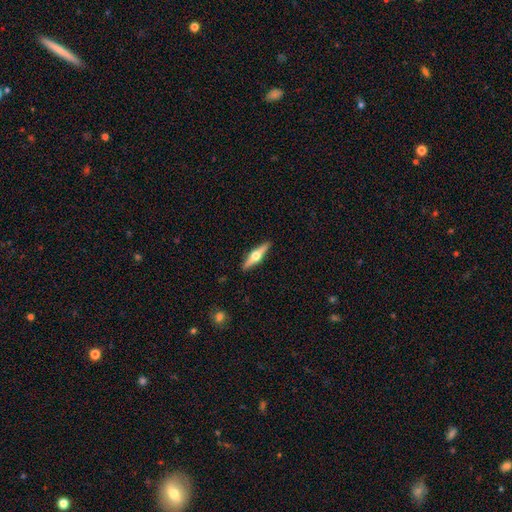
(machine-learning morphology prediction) A featured or disk galaxy (67%) viewed edge-on (97%) with a rounded central bulge (96%).

Vote fractions:
- Smooth or featured? featured or disk: 67% / smooth: 28% / star or artifact: 5%
- Edge-on disk? yes: 97% / no: 3%
- Edge-on bulge? rounded: 96% / boxy: 2% / none: 2%
- Merging? none: 91% / minor disturbance: 7% / major disturbance: 1% / merger: 1%